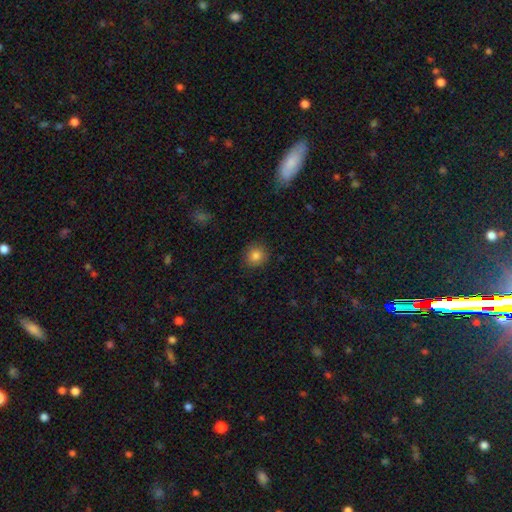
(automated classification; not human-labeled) The model was most divided on "smooth or featured": smooth: 84%, star or artifact: 11%, featured or disk: 6%. More confident: merging — none (89%); how rounded — round (89%).